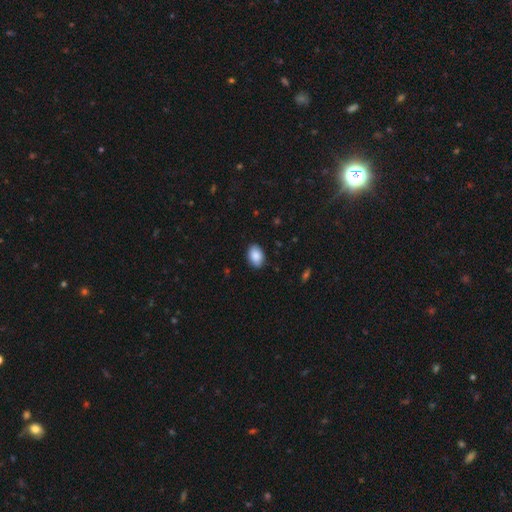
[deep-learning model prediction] Smooth or featured?
  - smooth: 89% *
  - star or artifact: 7%
  - featured or disk: 4%
How rounded?
  - in between: 87% *
  - round: 12%
  - cigar-shaped: 1%
Merging?
  - none: 88% *
  - minor disturbance: 9%
  - major disturbance: 2%
  - merger: 1%